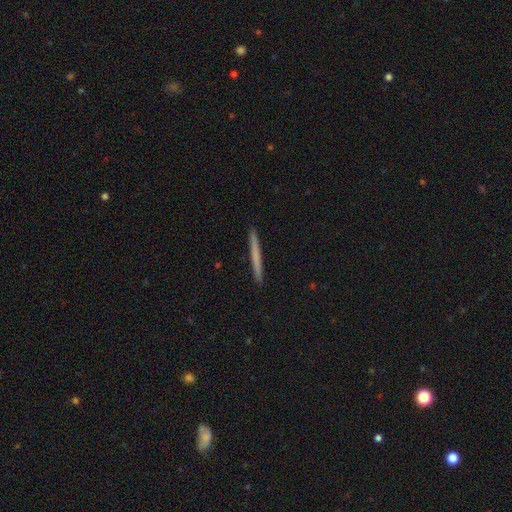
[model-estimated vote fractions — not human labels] Morphology: type=smooth (61%); roundness=cigar-shaped (97%); merging=none (93%).